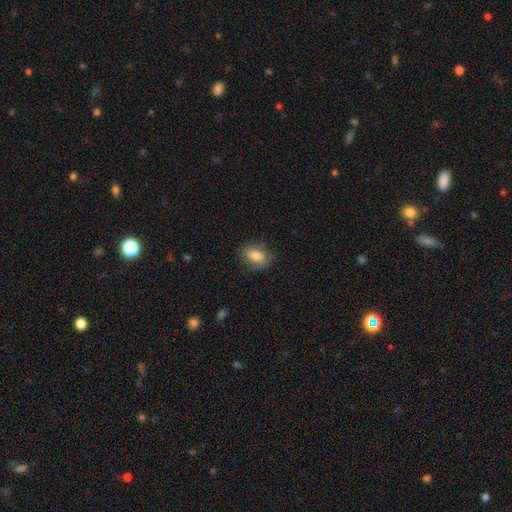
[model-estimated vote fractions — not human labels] Morphology: type=smooth (77%); roundness=in between (77%); merging=none (79%).